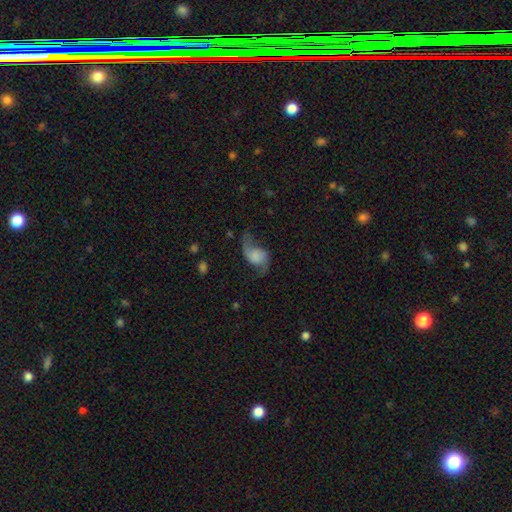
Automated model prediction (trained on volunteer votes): Morphology: type=featured or disk (70%); edge-on=no (97%); bar=no (64%); spiral arms=yes (93%); winding=loose (81%); arm count=2 (91%); bulge=none (46%); merging=none (60%).